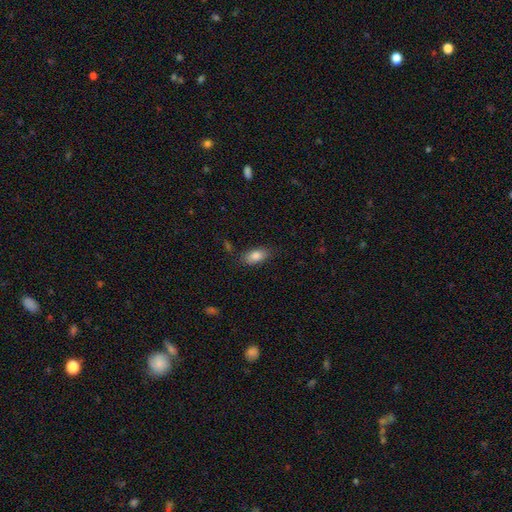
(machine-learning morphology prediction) type=smooth (84%); roundness=in between (90%); merging=none (81%).